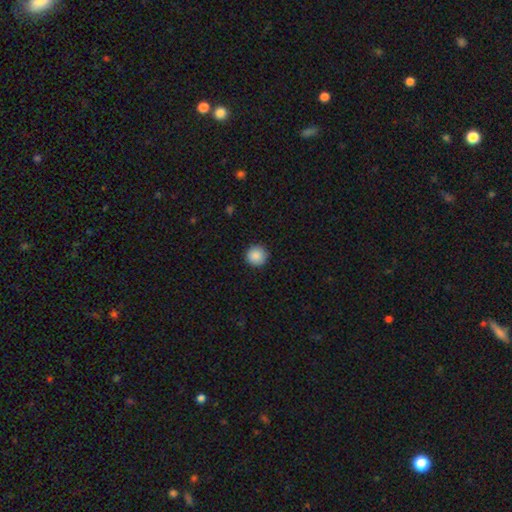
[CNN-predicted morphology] A smooth galaxy with no disk features (89%) that is round (96%).

Vote fractions:
- Smooth or featured? smooth: 89% / star or artifact: 9% / featured or disk: 3%
- How rounded? round: 96% / in between: 3% / cigar-shaped: 1%
- Merging? none: 92% / minor disturbance: 5% / major disturbance: 2% / merger: 1%